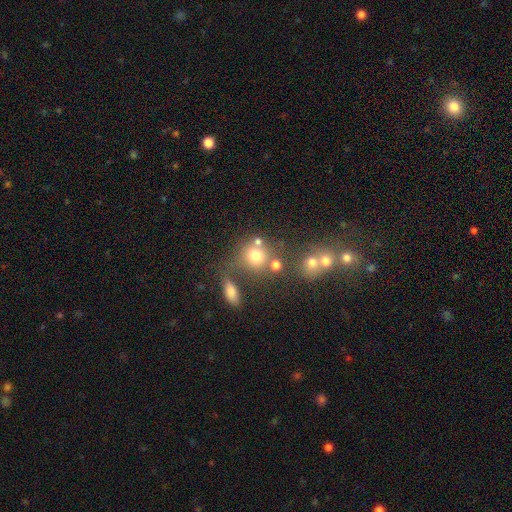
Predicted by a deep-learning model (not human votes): smooth 71%, star or artifact 16%, featured or disk 13%. Down the decision tree: how rounded — round (80%); merging — none (56%).